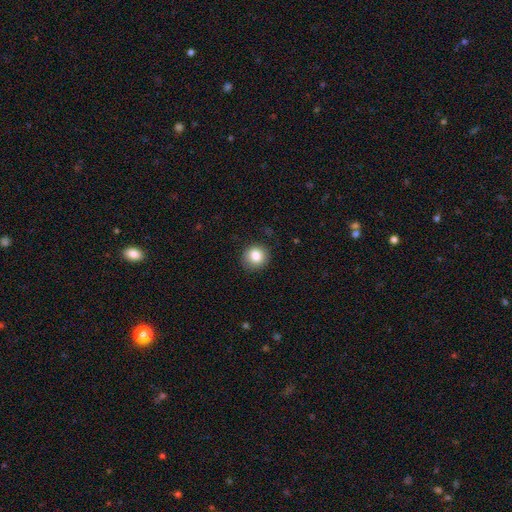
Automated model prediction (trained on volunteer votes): Smooth or featured: smooth — 84% (star or artifact — 9%)
How rounded: round — 90% (in between — 9%)
Merging: none — 88% (minor disturbance — 9%)